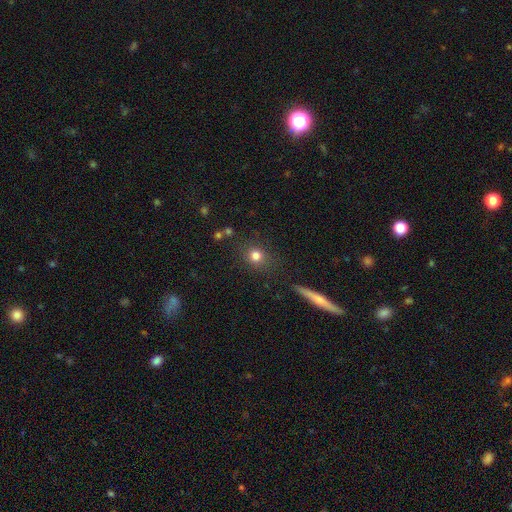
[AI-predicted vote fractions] Smooth or featured? Predicted: smooth (p=0.79). How rounded? Predicted: round (p=0.81). Merging? Predicted: none (p=0.81).